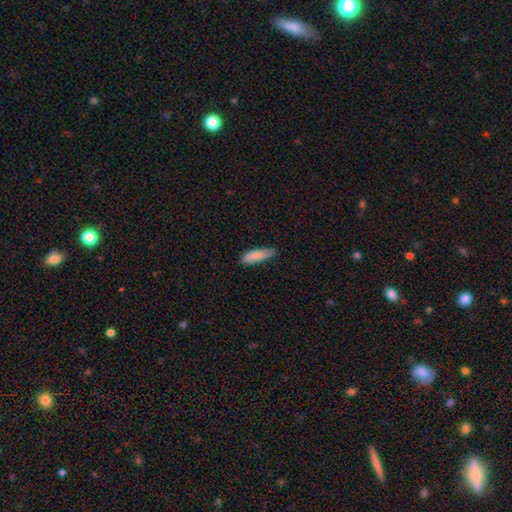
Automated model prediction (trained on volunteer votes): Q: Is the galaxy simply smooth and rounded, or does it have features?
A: smooth — 85%.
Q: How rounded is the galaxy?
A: cigar-shaped — 59%.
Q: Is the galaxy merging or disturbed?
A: none — 69%.